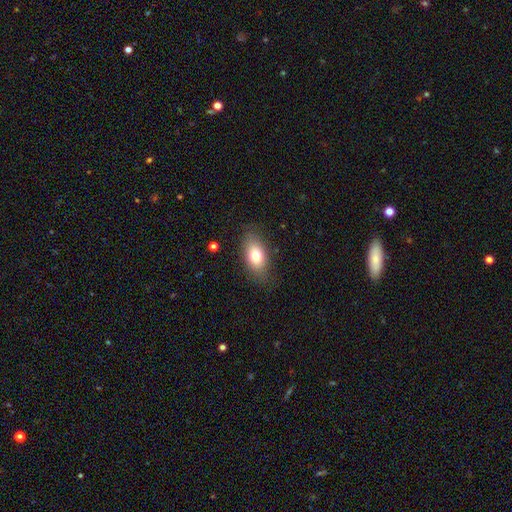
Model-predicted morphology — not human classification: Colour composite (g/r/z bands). It shows a smooth galaxy with no disk features (74%) that is in between round and cigar-shaped (87%). Merging: none (82%).